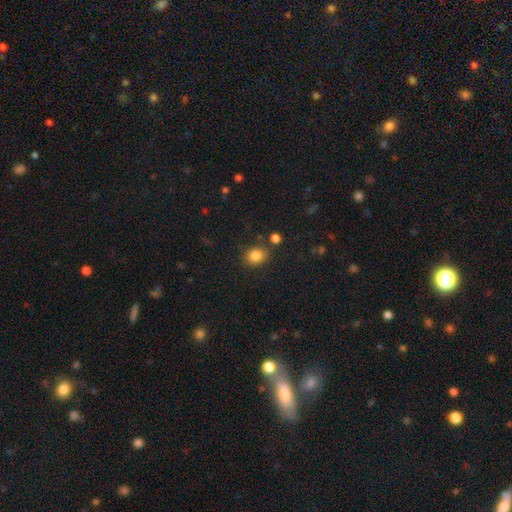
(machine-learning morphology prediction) A smooth galaxy with no disk features (84%) that is round (55%). Merging: none (79%).